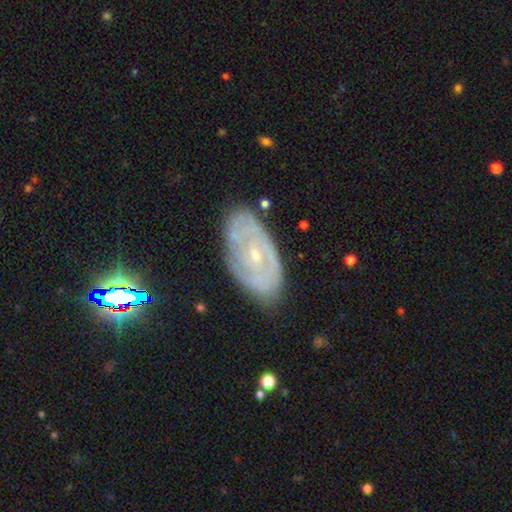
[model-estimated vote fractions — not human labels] featured or disk 77%, smooth 15%, star or artifact 8%. Down the decision tree: edge-on disk — no (94%); bar — no (66%); spiral arms — yes (85%); spiral arm count — can't tell (42%); spiral winding — tight (69%); bulge size — small (77%); merging — none (77%).